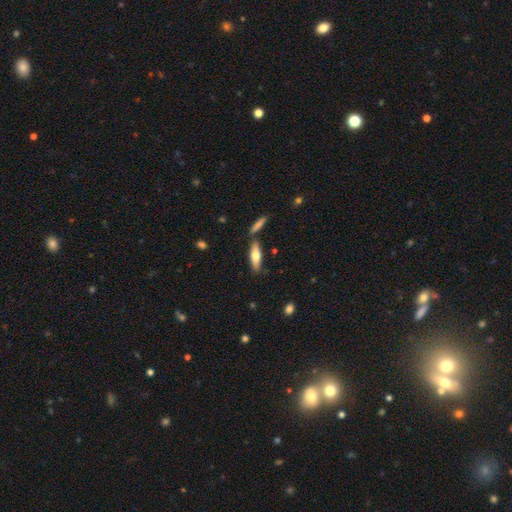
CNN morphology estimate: A smooth galaxy with no disk features (61%) that is cigar-shaped (58%). Merging: none (78%).